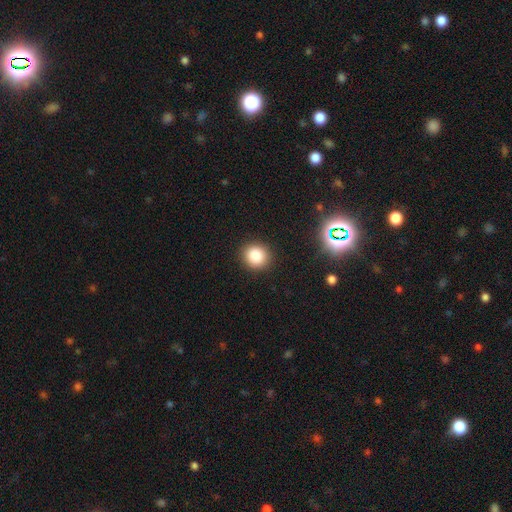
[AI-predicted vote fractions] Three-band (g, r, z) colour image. It shows a smooth galaxy with no disk features (85%) that is round (84%). Merging: none (90%).